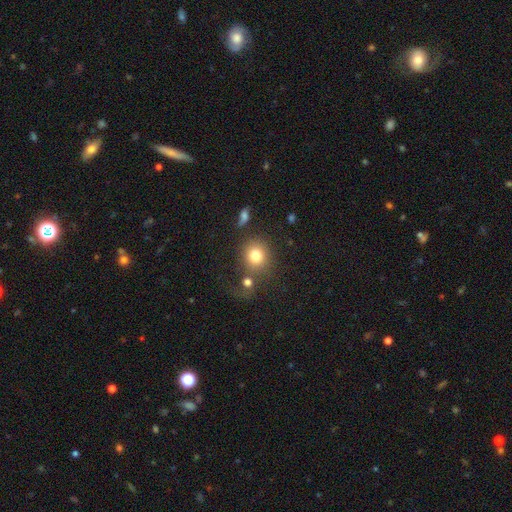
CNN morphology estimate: A smooth galaxy with no disk features (79%) that is round (83%).

Vote fractions:
- Smooth or featured? smooth: 79% / star or artifact: 11% / featured or disk: 9%
- How rounded? round: 83% / in between: 16% / cigar-shaped: 1%
- Merging? none: 68% / merger: 13% / minor disturbance: 11% / major disturbance: 7%